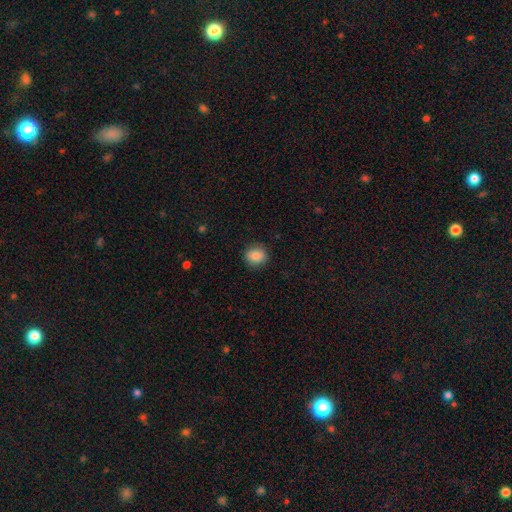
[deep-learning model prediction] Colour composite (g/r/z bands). It shows a smooth galaxy with no disk features (84%) that is round (82%). Merging: none (89%).